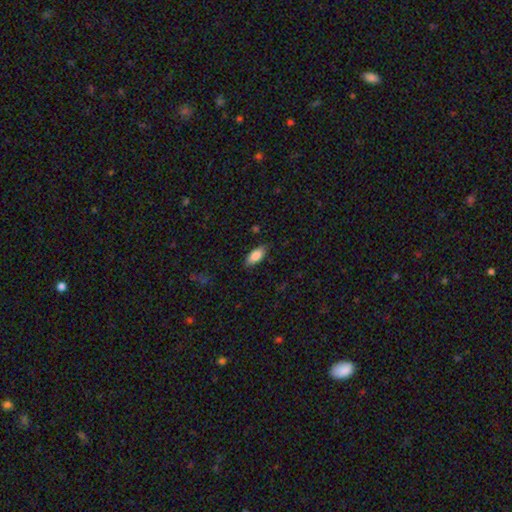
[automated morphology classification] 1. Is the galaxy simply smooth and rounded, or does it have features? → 85% smooth, 8% featured or disk, 7% star or artifact.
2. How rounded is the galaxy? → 86% in between, 11% cigar-shaped, 2% round.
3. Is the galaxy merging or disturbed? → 83% none, 13% minor disturbance, 3% major disturbance, 1% merger.